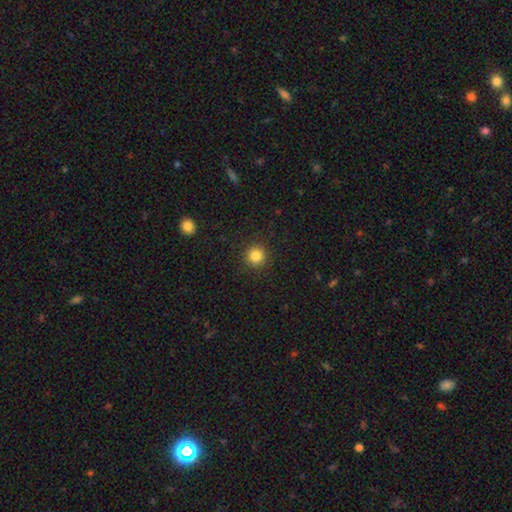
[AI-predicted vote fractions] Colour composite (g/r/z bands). It shows a smooth galaxy with no disk features (83%) that is round (95%). Merging: none (92%).